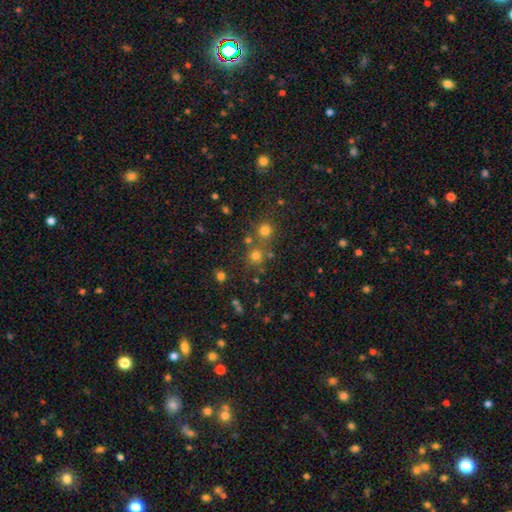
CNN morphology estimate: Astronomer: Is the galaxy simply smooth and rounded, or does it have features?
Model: smooth — 69%.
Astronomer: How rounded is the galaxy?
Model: round — 89%.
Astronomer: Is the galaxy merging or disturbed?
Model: none — 64%.